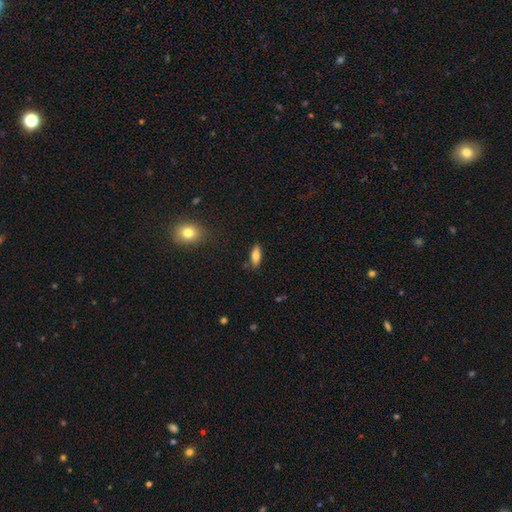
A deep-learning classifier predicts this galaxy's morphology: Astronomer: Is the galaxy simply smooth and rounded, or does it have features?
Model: smooth — 74%.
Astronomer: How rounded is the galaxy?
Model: in between — 68%.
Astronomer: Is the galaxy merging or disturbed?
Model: none — 84%.